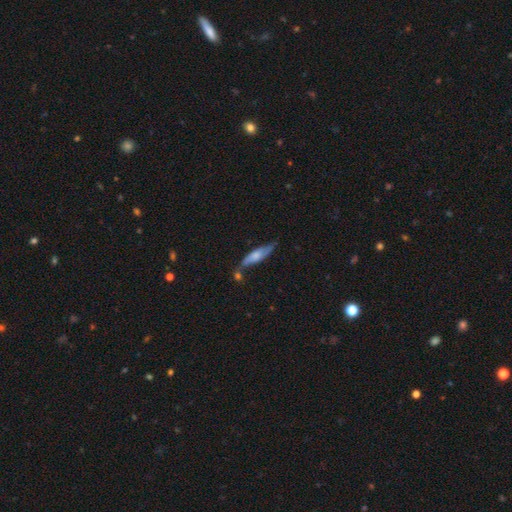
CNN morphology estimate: Overall: smooth (53%; featured or disk 41%). How rounded: cigar-shaped (64%; in between 34%). Merging: none (54%; minor disturbance 24%).